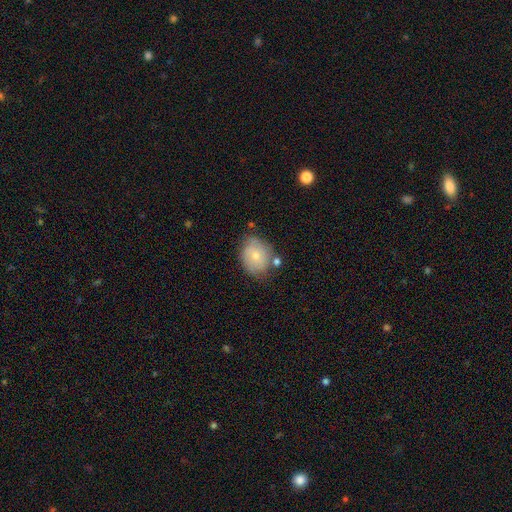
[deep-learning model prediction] Smooth or featured? smooth (54%)
How rounded? round (57%)
Merging? none (64%)